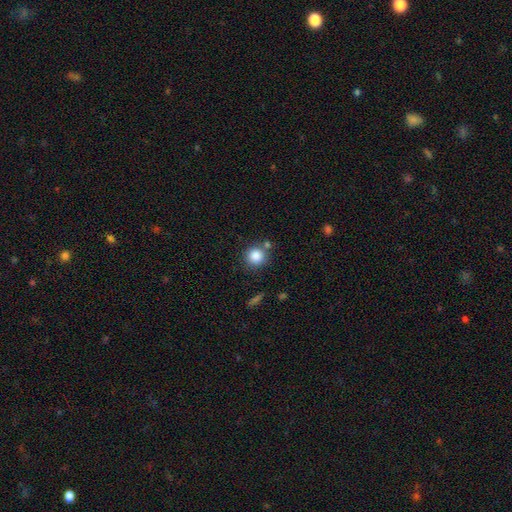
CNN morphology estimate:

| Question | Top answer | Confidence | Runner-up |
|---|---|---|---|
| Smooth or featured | smooth | 85% | star or artifact (10%) |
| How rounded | round | 91% | in between (8%) |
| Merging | none | 73% | merger (13%) |